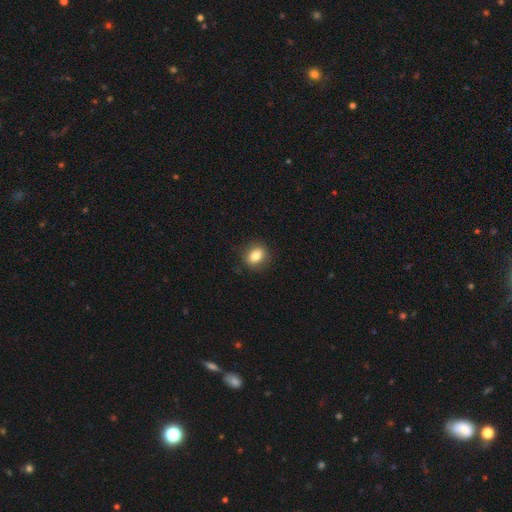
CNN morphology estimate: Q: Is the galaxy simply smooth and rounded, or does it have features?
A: smooth — 82%.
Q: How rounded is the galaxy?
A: in between — 56%.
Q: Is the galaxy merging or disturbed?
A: none — 86%.